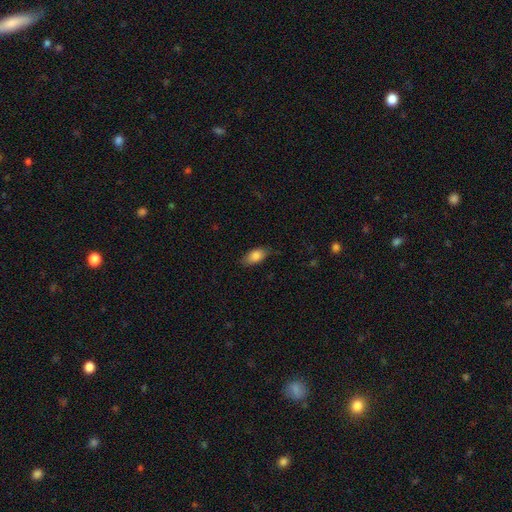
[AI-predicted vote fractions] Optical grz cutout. It shows a smooth galaxy with no disk features (83%) that is in between round and cigar-shaped (89%). Merging: none (75%).